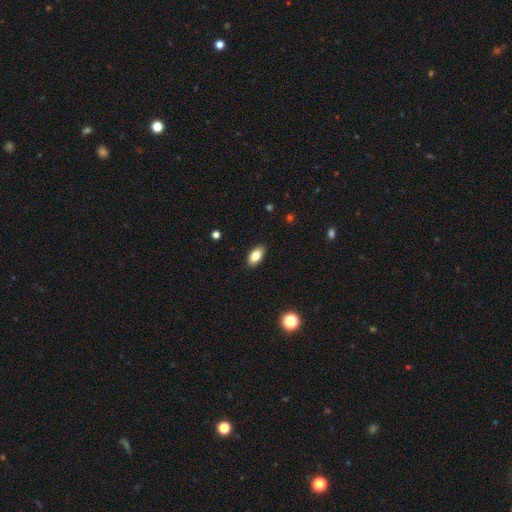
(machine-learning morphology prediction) smooth_or_featured: smooth (p=0.82) [alt: featured or disk p=0.11]
how_rounded: in between (p=0.91) [alt: round p=0.06]
merging: none (p=0.89) [alt: minor disturbance p=0.09]